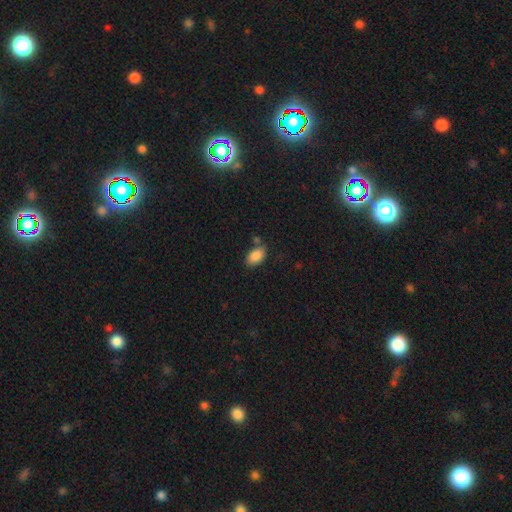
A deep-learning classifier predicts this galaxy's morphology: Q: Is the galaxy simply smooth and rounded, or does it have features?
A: smooth — 87%.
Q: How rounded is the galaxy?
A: in between — 93%.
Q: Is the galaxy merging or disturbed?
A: none — 72%.